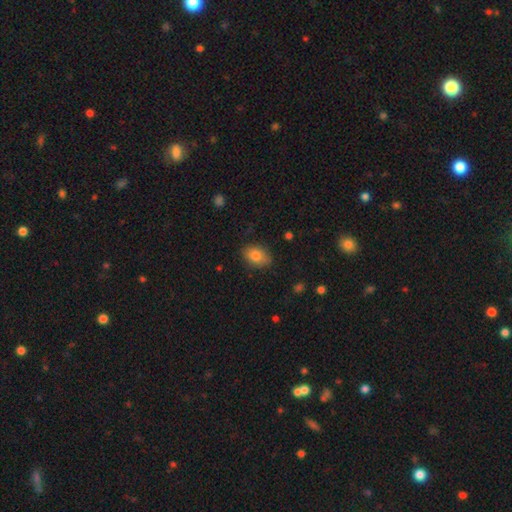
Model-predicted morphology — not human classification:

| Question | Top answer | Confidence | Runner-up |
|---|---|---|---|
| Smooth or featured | smooth | 82% | featured or disk (10%) |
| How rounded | in between | 82% | round (17%) |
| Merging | none | 83% | minor disturbance (13%) |